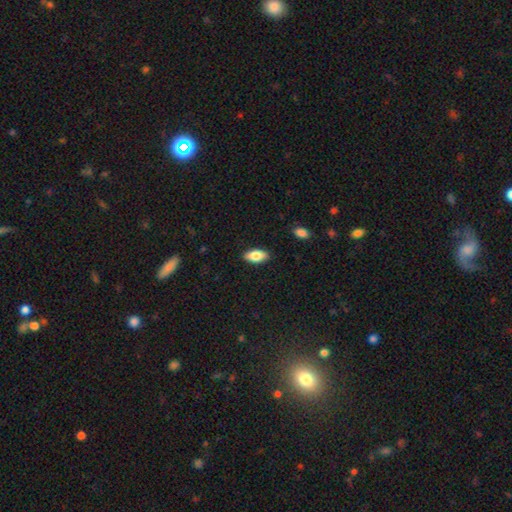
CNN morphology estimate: Smooth or featured? smooth (81%)
How rounded? in between (88%)
Merging? none (88%)